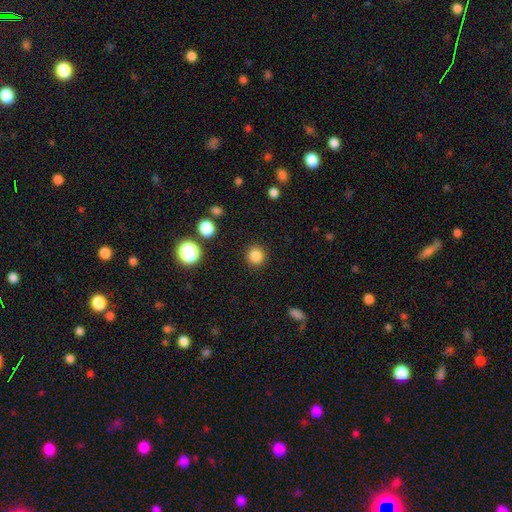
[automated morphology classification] type=smooth (84%); roundness=round (90%); merging=none (90%).